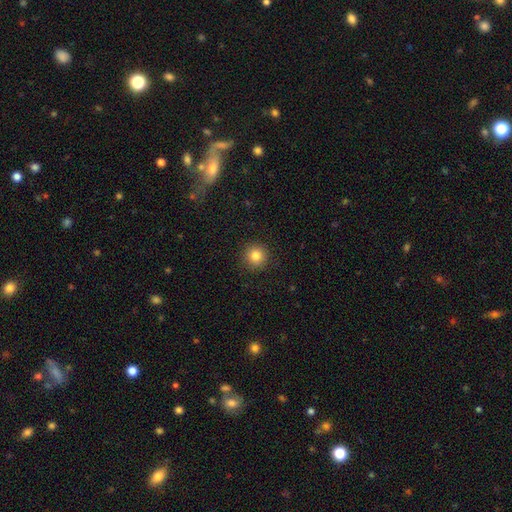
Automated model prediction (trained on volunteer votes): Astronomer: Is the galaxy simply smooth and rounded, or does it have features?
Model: smooth — 83%.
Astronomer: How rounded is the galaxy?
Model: round — 95%.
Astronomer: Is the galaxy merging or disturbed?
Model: none — 91%.